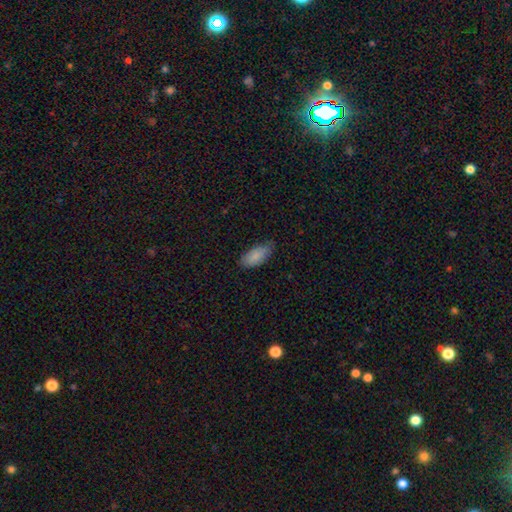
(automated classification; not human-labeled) A smooth galaxy with no disk features (85%) that is in between round and cigar-shaped (90%).

Vote fractions:
- Smooth or featured? smooth: 85% / featured or disk: 9% / star or artifact: 6%
- How rounded? in between: 90% / cigar-shaped: 8% / round: 2%
- Merging? none: 68% / minor disturbance: 27% / major disturbance: 4% / merger: 1%